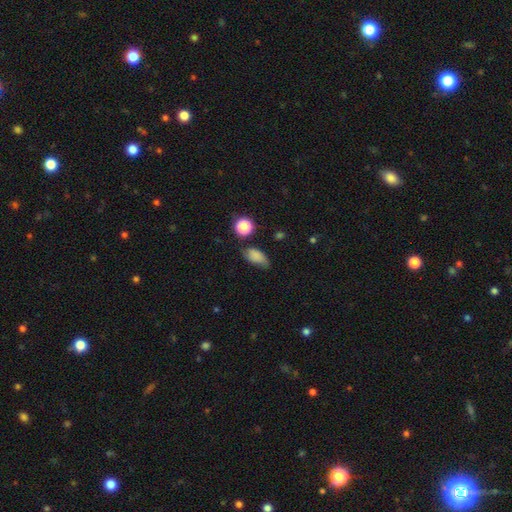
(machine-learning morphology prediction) smooth 77%, star or artifact 12%, featured or disk 11%. Down the decision tree: how rounded — in between (86%); merging — none (57%).